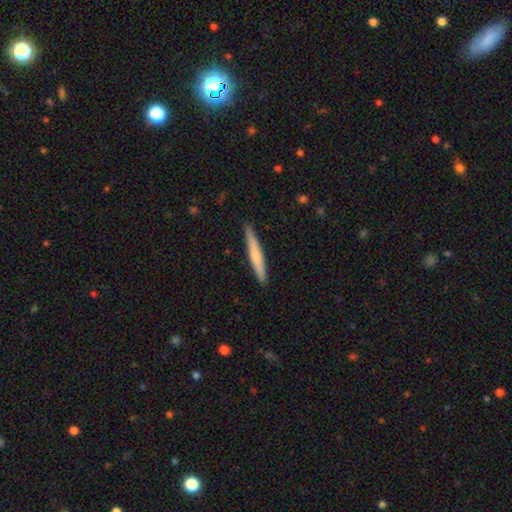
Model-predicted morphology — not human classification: This appears to be a smooth galaxy with no disk features (59%) that is cigar-shaped (95%). Merging: none (90%).